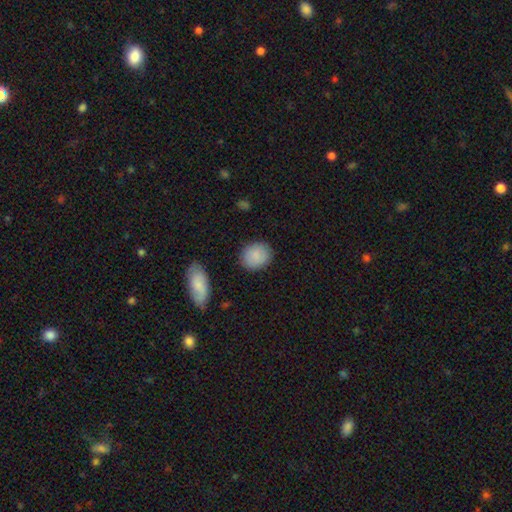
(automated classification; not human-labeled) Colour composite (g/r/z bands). It shows a smooth galaxy with no disk features (87%) that is round (64%). Merging: none (86%).